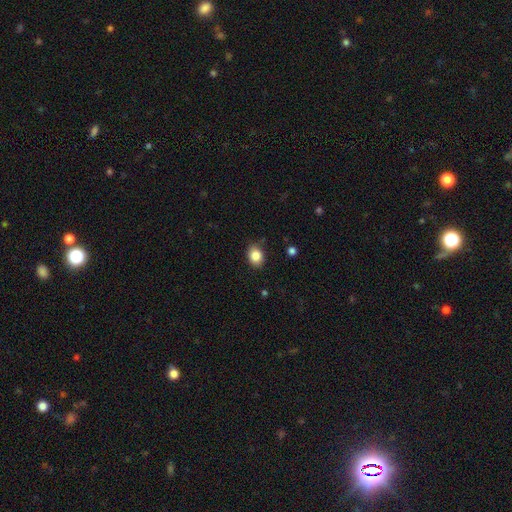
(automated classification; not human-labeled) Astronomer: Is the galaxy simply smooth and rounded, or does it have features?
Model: smooth — 85%.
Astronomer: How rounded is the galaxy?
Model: in between — 55% (runner-up: round, 44%).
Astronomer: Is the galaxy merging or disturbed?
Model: none — 82%.